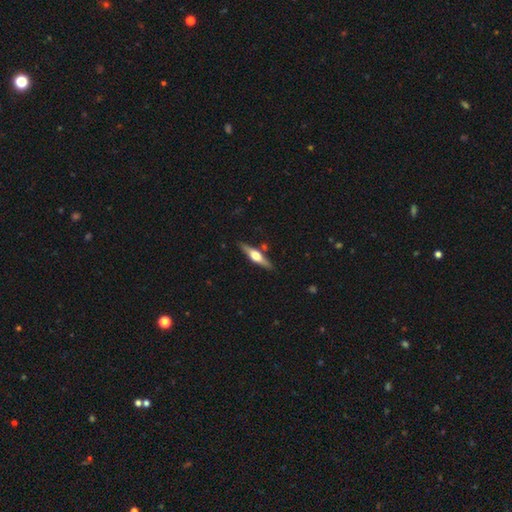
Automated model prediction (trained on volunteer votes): smooth-or-featured: featured or disk: 67% | smooth: 27% | star or artifact: 5%
  disk-edge-on: yes: 96% | no: 4%
    edge-on-bulge: rounded: 94% | boxy: 4% | none: 2%
  merging: none: 84% | minor disturbance: 10% | merger: 4% | major disturbance: 2%